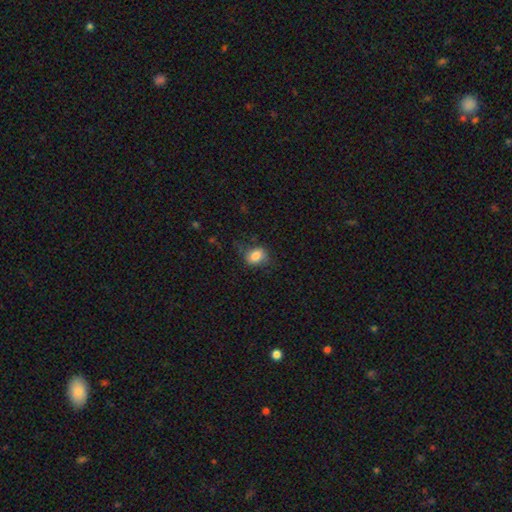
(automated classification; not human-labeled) This appears to be a smooth galaxy with no disk features (82%) that is in between round and cigar-shaped (62%). Merging: none (71%).